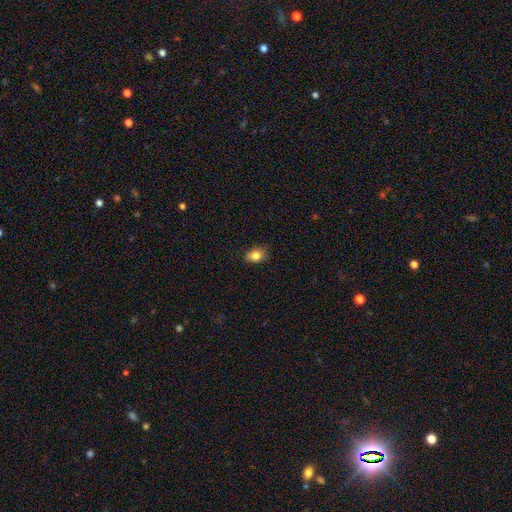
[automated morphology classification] A smooth galaxy with no disk features (82%) that is in between round and cigar-shaped (71%).

Vote fractions:
- Smooth or featured? smooth: 82% / star or artifact: 10% / featured or disk: 8%
- How rounded? in between: 71% / round: 27% / cigar-shaped: 2%
- Merging? none: 79% / minor disturbance: 17% / major disturbance: 3% / merger: 1%